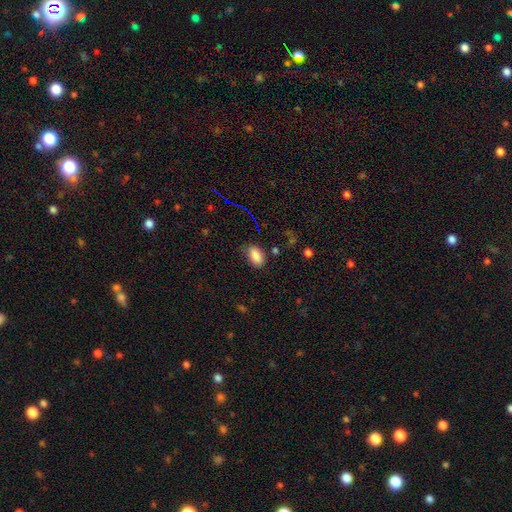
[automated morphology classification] Overall: smooth (85%). How rounded: in between (89%). Merging: none (71%).